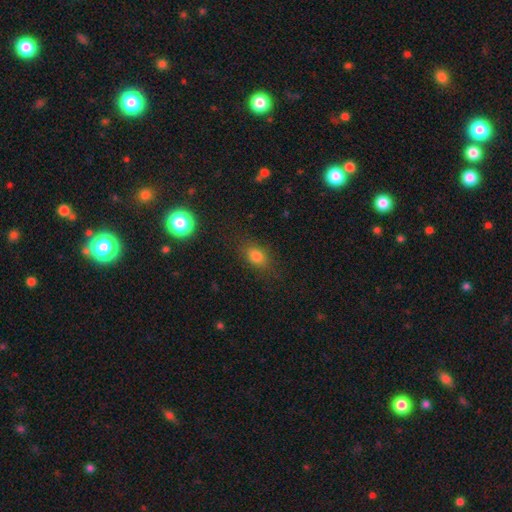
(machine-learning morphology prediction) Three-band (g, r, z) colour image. It shows a smooth galaxy with no disk features (78%) that is in between round and cigar-shaped (73%). Merging: none (80%).